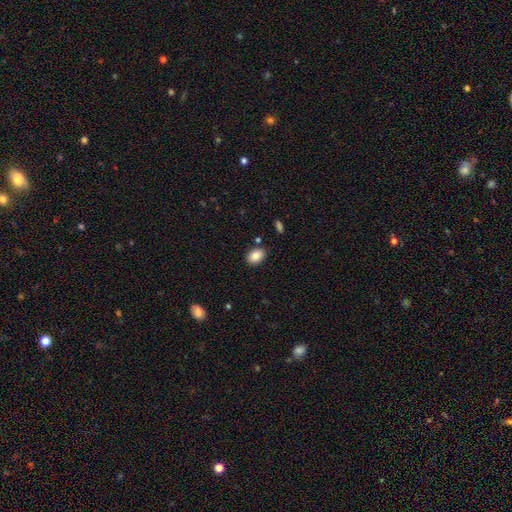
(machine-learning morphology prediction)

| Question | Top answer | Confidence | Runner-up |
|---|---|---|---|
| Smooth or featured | smooth | 87% | star or artifact (8%) |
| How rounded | in between | 81% | round (18%) |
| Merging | none | 84% | minor disturbance (10%) |